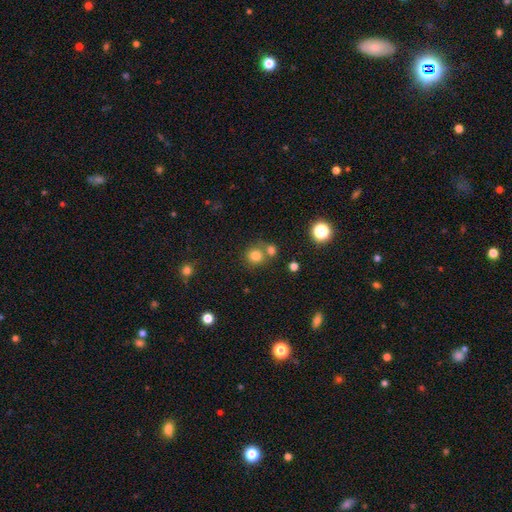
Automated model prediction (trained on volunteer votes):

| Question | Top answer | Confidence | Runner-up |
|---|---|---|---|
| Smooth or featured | smooth | 78% | star or artifact (14%) |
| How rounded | round | 87% | in between (12%) |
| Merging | none | 59% | merger (29%) |